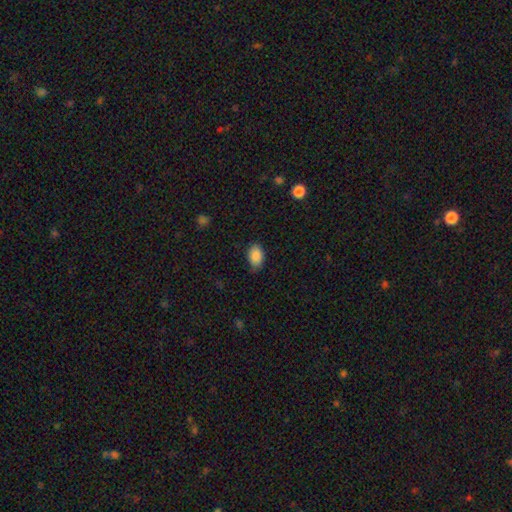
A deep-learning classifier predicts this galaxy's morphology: This appears to be a smooth galaxy with no disk features (88%) that is in between round and cigar-shaped (87%). Merging: none (73%).